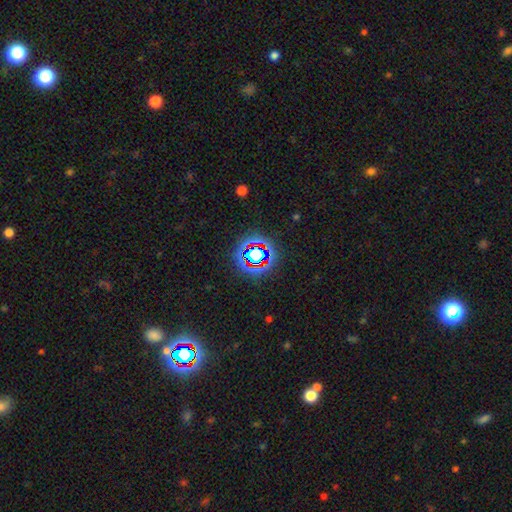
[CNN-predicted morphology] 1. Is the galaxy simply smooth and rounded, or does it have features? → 65% star or artifact, 22% smooth, 13% featured or disk.